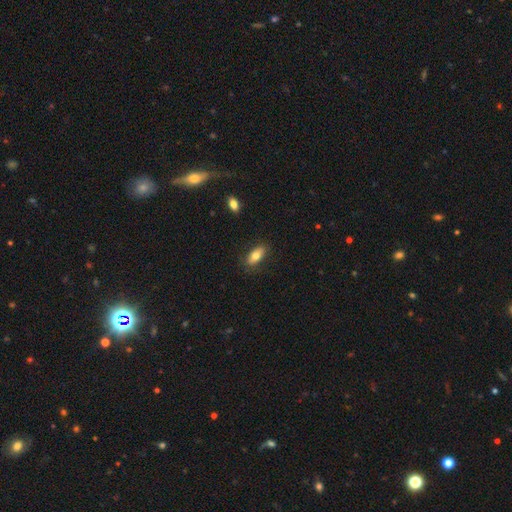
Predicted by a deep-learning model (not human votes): This is likely a smooth galaxy (74%). How rounded: clearly in between (85%). Merging: clearly none (84%).